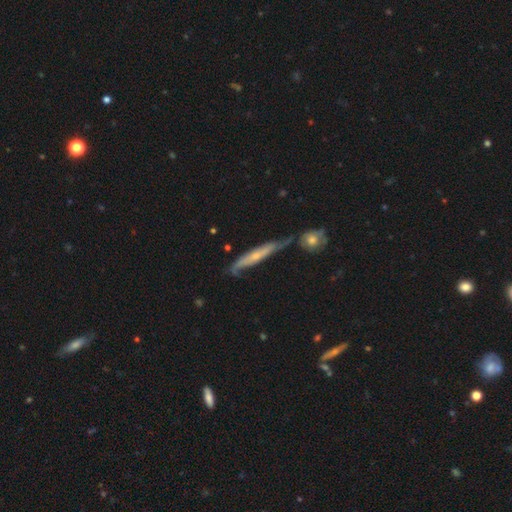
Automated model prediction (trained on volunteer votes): Smooth or featured?
  - featured or disk: 62% *
  - smooth: 32%
  - star or artifact: 6%
Edge-on disk?
  - yes: 66% *
  - no: 34%
Merging?
  - none: 52% *
  - minor disturbance: 23%
  - merger: 17%
  - major disturbance: 8%